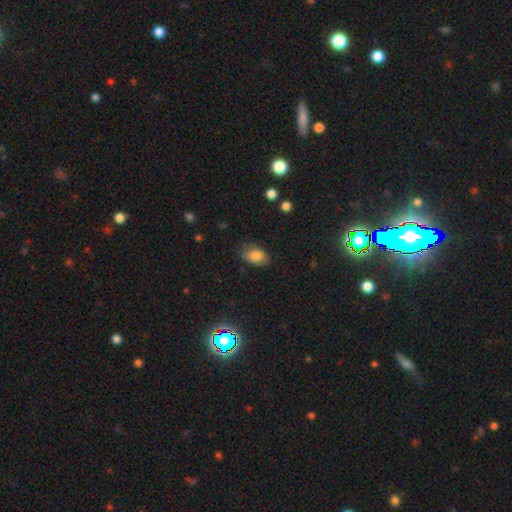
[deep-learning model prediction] This appears to be a smooth galaxy with no disk features (81%) that is in between round and cigar-shaped (88%). Merging: none (71%).